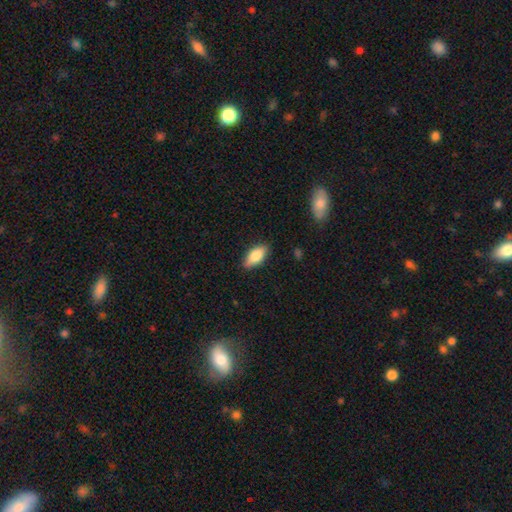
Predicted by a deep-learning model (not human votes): Q: Smooth or featured?
A: smooth (78%); runner-up: featured or disk (16%)
Q: How rounded?
A: in between (86%); runner-up: cigar-shaped (11%)
Q: Merging?
A: none (86%); runner-up: minor disturbance (11%)